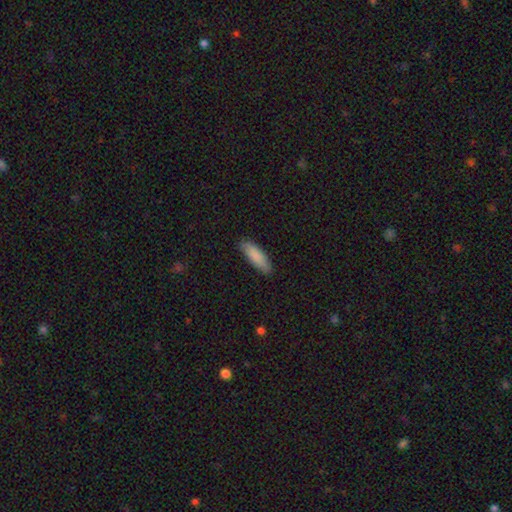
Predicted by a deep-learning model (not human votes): Smooth or featured: smooth — 87% (featured or disk — 8%)
How rounded: in between — 50% (cigar-shaped — 48%)
Merging: none — 85% (minor disturbance — 12%)